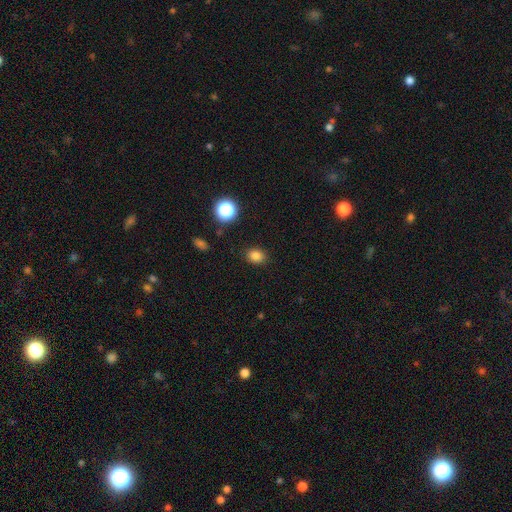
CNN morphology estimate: A smooth galaxy with no disk features (82%) that is in between round and cigar-shaped (51%). Merging: none (88%).